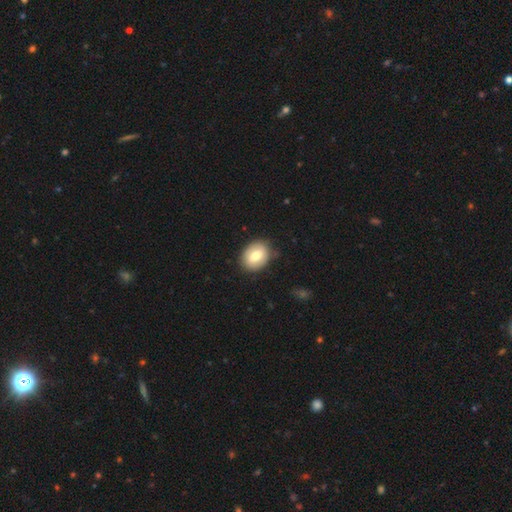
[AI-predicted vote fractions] Smooth or featured? smooth (73%)
How rounded? in between (64%)
Merging? none (83%)